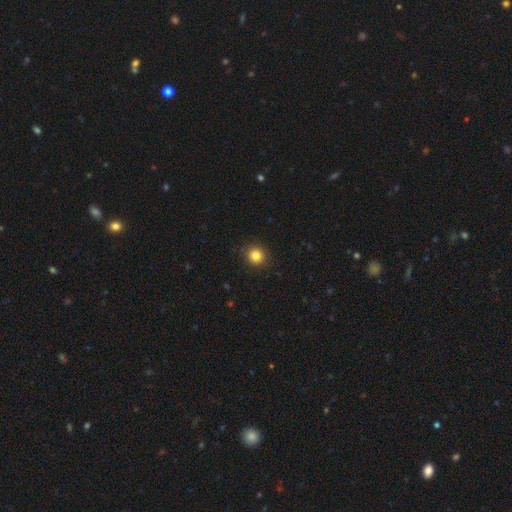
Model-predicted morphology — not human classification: Q: Smooth or featured?
A: smooth (83%); runner-up: star or artifact (12%)
Q: How rounded?
A: round (92%); runner-up: in between (7%)
Q: Merging?
A: none (90%); runner-up: minor disturbance (6%)